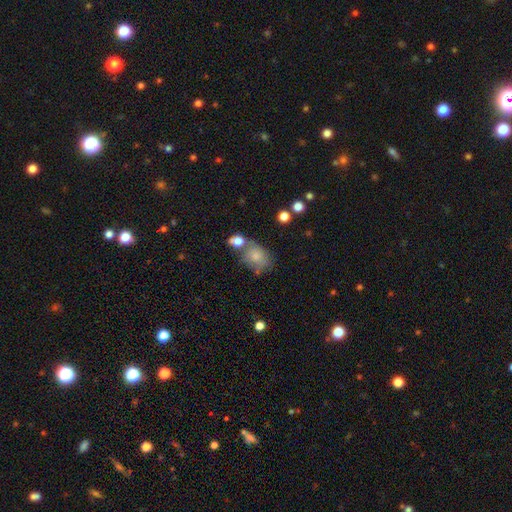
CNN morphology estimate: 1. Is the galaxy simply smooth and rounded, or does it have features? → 72% smooth, 18% featured or disk, 10% star or artifact.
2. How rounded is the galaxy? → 63% in between, 36% round, 1% cigar-shaped.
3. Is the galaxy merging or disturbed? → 43% none, 25% merger, 22% minor disturbance, 10% major disturbance.